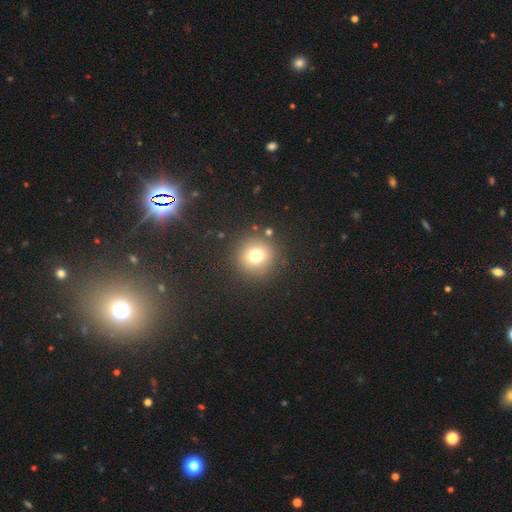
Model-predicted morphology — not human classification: A smooth galaxy with no disk features (73%) that is round (94%). Merging: none (87%).